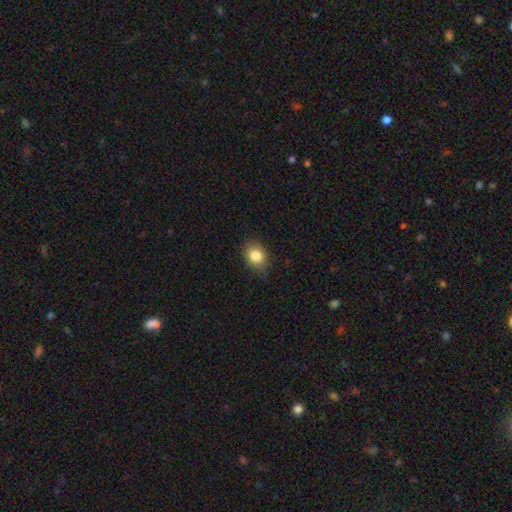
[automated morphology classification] Overall: smooth (83%). How rounded: in between (54%; round 45%). Merging: none (79%).